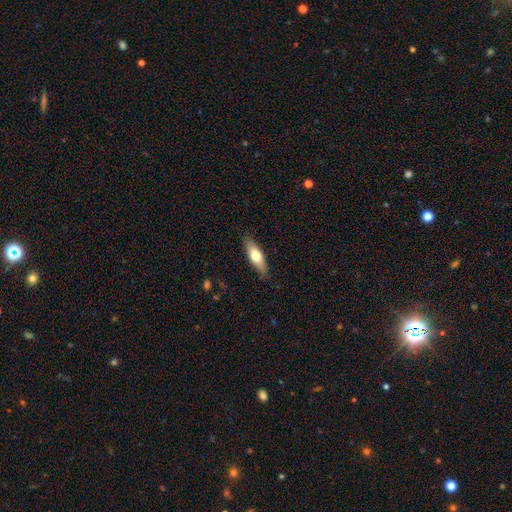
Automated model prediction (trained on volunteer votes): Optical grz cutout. It shows a smooth galaxy with no disk features (66%) that is in between round and cigar-shaped (56%). Merging: none (86%).